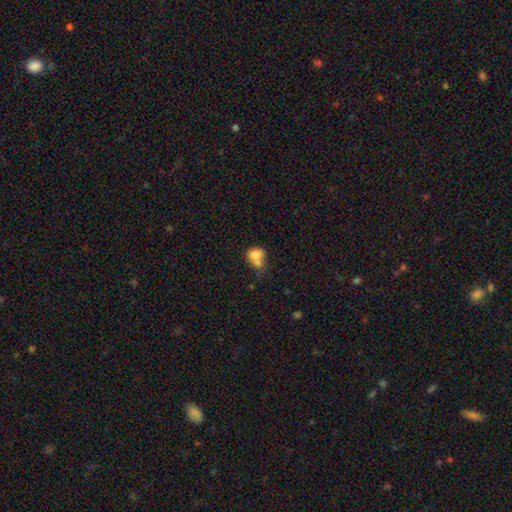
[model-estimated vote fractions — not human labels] Overall: smooth (75%). How rounded: round (55%; in between 44%). Merging: merger (53%; none 26%).